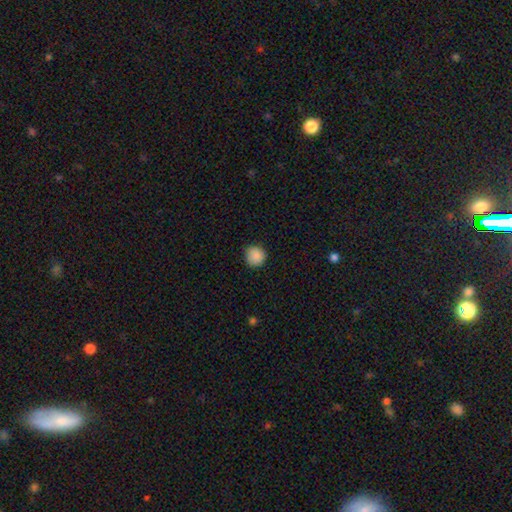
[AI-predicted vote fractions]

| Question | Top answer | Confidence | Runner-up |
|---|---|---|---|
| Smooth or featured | smooth | 88% | star or artifact (9%) |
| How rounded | round | 93% | in between (6%) |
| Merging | none | 87% | minor disturbance (10%) |